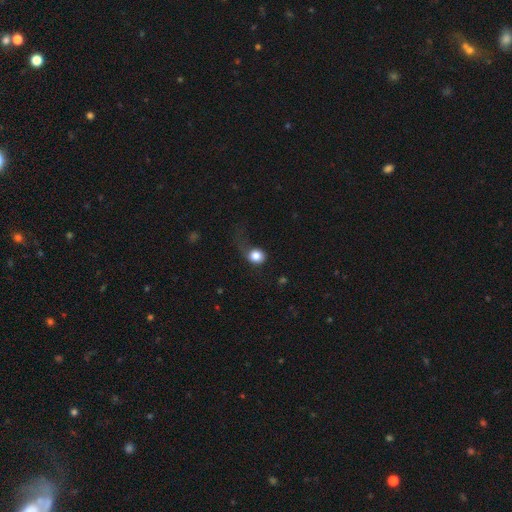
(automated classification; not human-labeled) Morphology: type=smooth (82%); roundness=round (73%); merging=major disturbance (37%, tied with none).